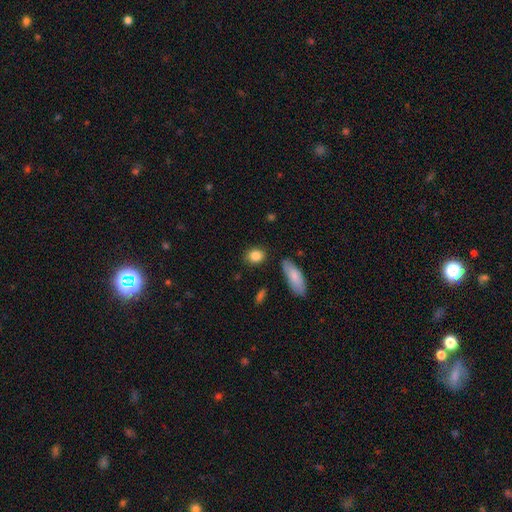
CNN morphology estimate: type=smooth (86%); roundness=in between (51%); merging=none (84%).